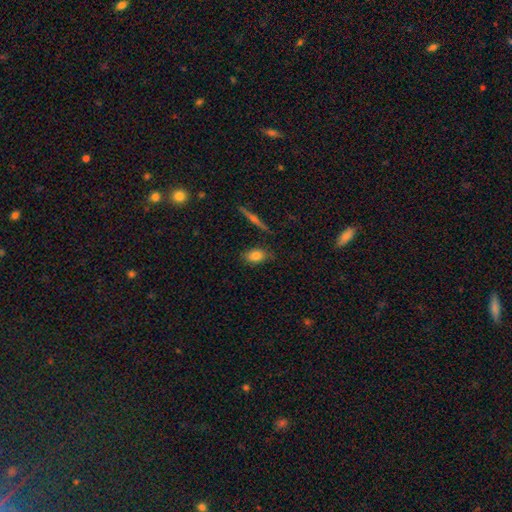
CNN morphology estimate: Smooth or featured?
  - smooth: 79% *
  - featured or disk: 13%
  - star or artifact: 8%
How rounded?
  - in between: 82% *
  - round: 14%
  - cigar-shaped: 5%
Merging?
  - none: 76% *
  - minor disturbance: 17%
  - major disturbance: 4%
  - merger: 3%